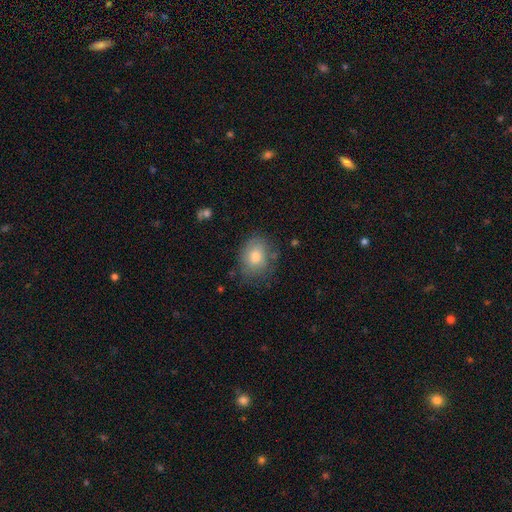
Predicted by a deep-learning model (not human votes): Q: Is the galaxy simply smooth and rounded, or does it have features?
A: smooth — 74%.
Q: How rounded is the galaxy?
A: in between — 58%.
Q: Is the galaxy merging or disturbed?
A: none — 72%.